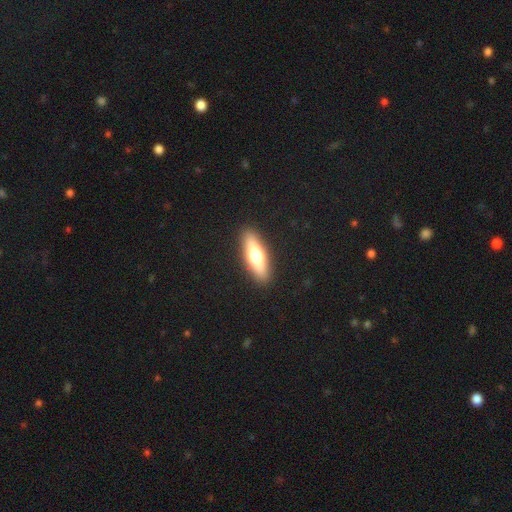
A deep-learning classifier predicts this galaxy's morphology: Smooth or featured? Predicted: smooth (p=0.52). How rounded? Predicted: cigar-shaped (p=0.58). Merging? Predicted: none (p=0.91).